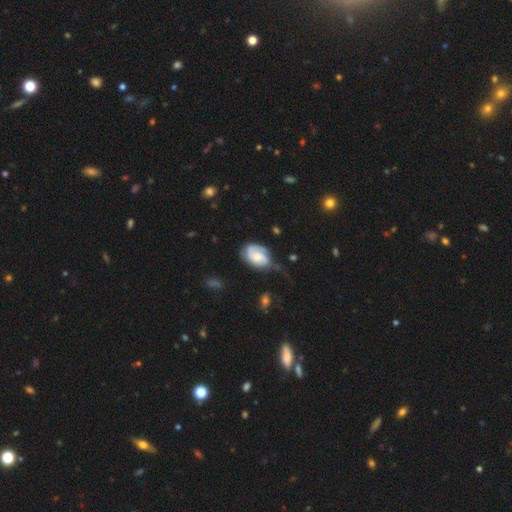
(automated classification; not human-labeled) Smooth or featured? Predicted: featured or disk (p=0.68). Edge-on disk? Predicted: no (p=0.97). Bar? Predicted: no (p=0.61). Spiral arms? Predicted: yes (p=0.91). Spiral winding? Predicted: tight (p=0.44). Spiral arm count? Predicted: 2 (p=0.55). Bulge size? Predicted: moderate (p=0.42). Merging? Predicted: none (p=0.48).